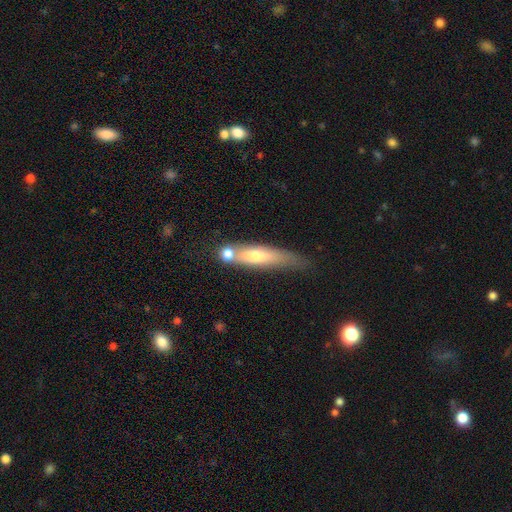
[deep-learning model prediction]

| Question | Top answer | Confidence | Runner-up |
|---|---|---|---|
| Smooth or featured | smooth | 54% | featured or disk (39%) |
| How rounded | cigar-shaped | 78% | in between (19%) |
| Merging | none | 50% | merger (26%) |